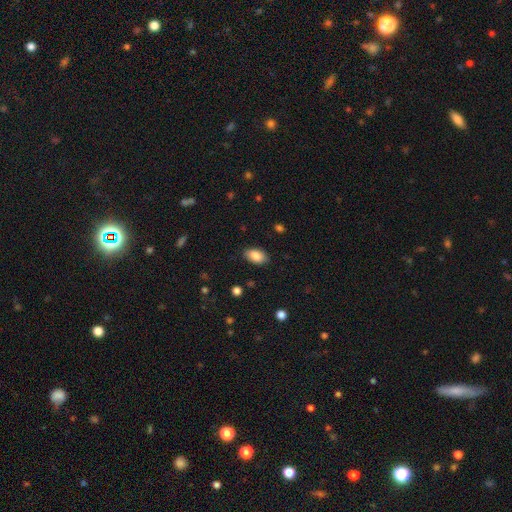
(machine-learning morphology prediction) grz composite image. It shows a smooth galaxy with no disk features (87%) that is in between round and cigar-shaped (93%). Merging: none (86%).